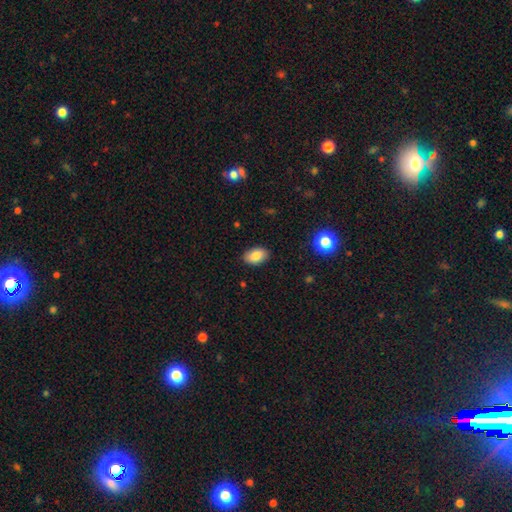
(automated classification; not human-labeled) Morphology: type=smooth (85%); roundness=in between (91%); merging=none (87%).